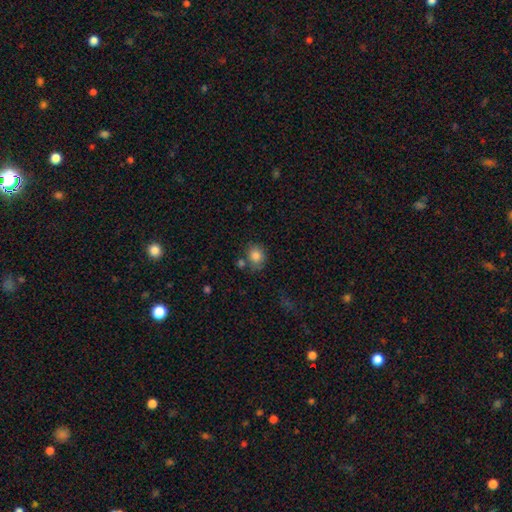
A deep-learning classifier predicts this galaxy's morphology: Smooth or featured? Predicted: smooth (p=0.84). How rounded? Predicted: round (p=0.74). Merging? Predicted: none (p=0.65).